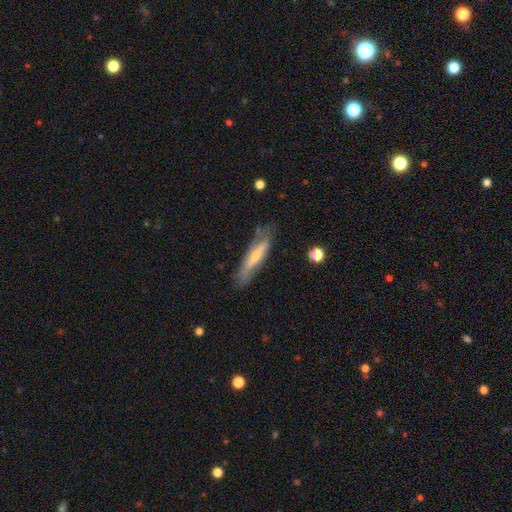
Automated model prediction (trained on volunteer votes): The model was most divided on "smooth or featured": featured or disk: 53%, smooth: 41%, star or artifact: 6%. More confident: edge-on disk — yes (71%); merging — none (70%).